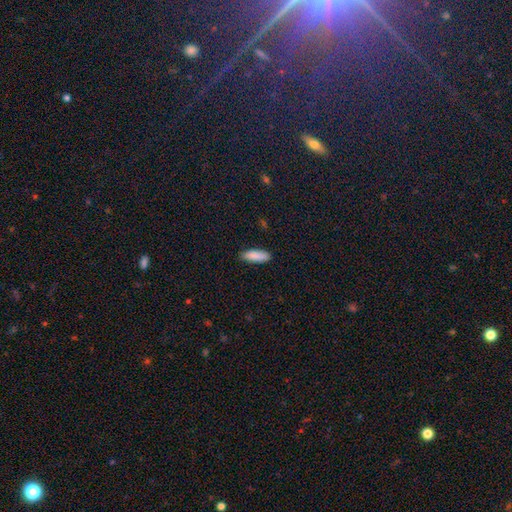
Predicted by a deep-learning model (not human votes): smooth-or-featured: smooth: 89% | star or artifact: 6% | featured or disk: 4%
  how-rounded: in between: 65% | cigar-shaped: 33% | round: 2%
  merging: none: 85% | minor disturbance: 11% | major disturbance: 2% | merger: 1%